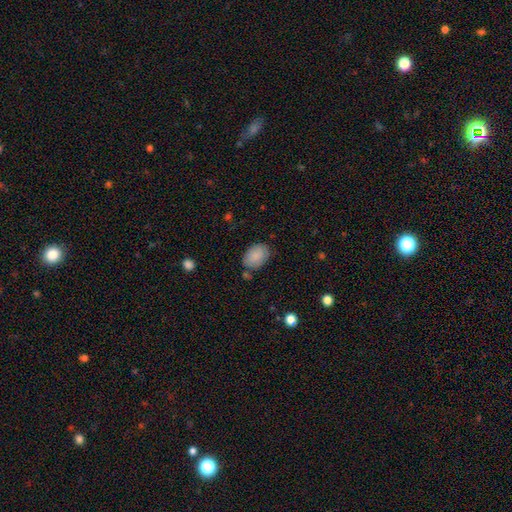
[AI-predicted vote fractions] Morphology: type=smooth (88%); roundness=in between (87%); merging=none (74%).